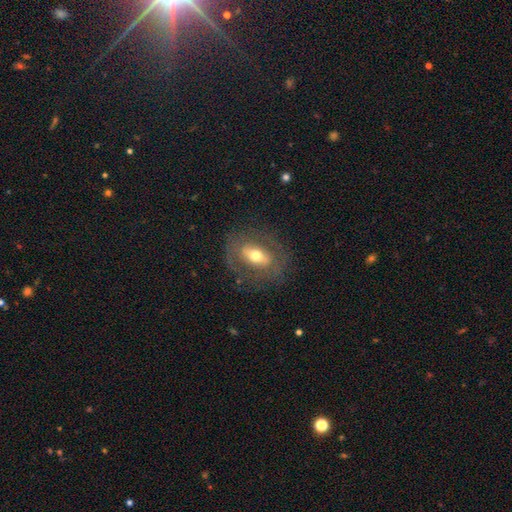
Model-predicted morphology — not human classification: Q: Smooth or featured?
A: featured or disk (55%); runner-up: smooth (37%)
Q: Edge-on disk?
A: no (85%); runner-up: yes (15%)
Q: Merging?
A: none (75%); runner-up: minor disturbance (14%)